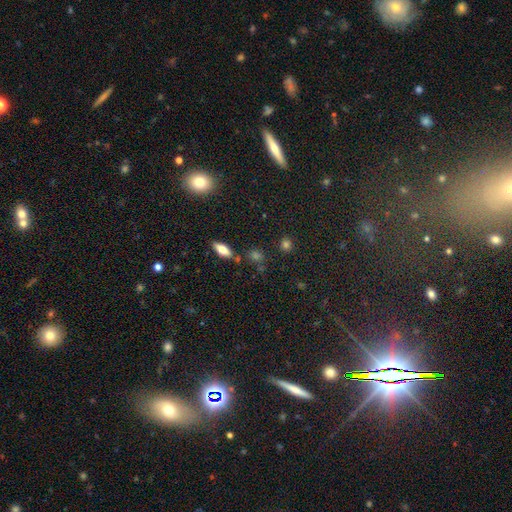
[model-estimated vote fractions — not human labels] Smooth or featured?
  - smooth: 68% *
  - star or artifact: 20%
  - featured or disk: 12%
How rounded?
  - round: 49% *
  - in between: 41%
  - cigar-shaped: 10%
Merging?
  - none: 78% *
  - minor disturbance: 11%
  - merger: 8%
  - major disturbance: 4%